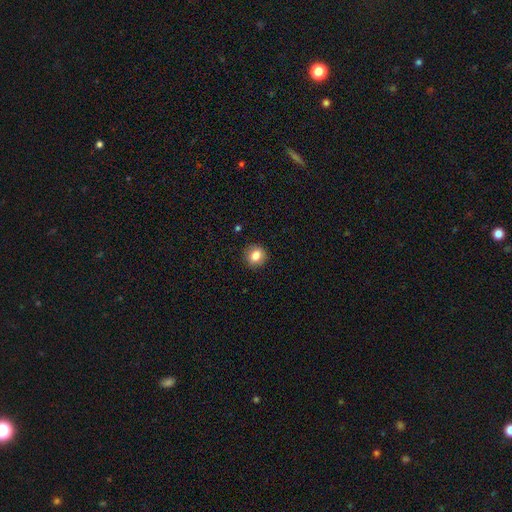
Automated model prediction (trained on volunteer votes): smooth_or_featured: smooth (p=0.82) [alt: star or artifact p=0.10]
how_rounded: round (p=0.78) [alt: in between p=0.21]
merging: none (p=0.89) [alt: minor disturbance p=0.08]